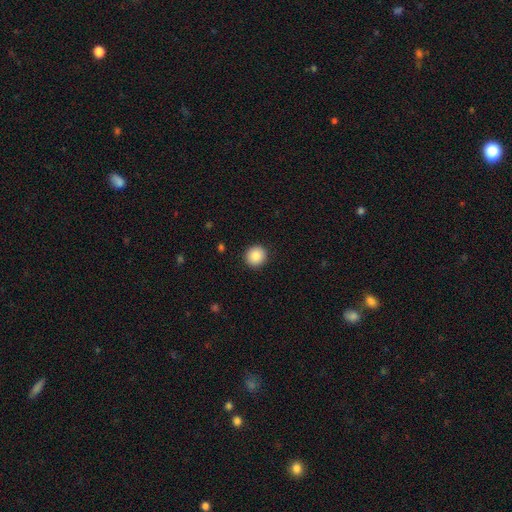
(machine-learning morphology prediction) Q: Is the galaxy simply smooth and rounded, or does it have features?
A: smooth — 87%.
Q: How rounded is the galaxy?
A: round — 91%.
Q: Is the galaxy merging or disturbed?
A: none — 92%.